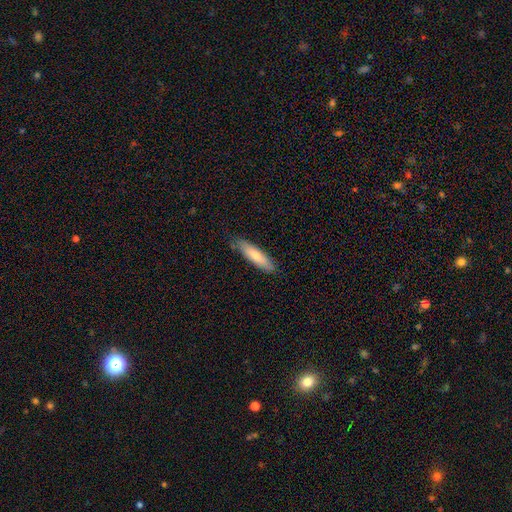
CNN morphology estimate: Smooth or featured: smooth — 74% (featured or disk — 21%)
How rounded: cigar-shaped — 69% (in between — 29%)
Merging: none — 80% (minor disturbance — 16%)